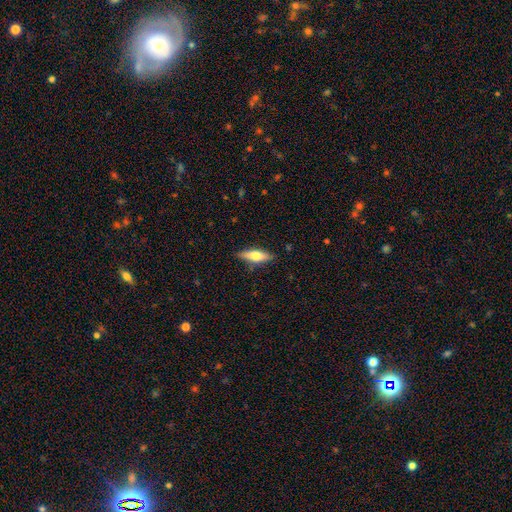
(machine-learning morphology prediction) type=smooth (60%); roundness=cigar-shaped (52%); merging=none (85%).